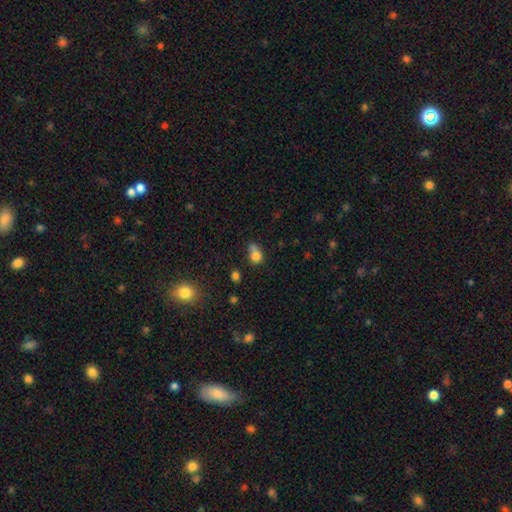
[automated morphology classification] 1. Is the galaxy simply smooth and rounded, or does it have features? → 77% smooth, 12% star or artifact, 11% featured or disk.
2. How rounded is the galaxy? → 51% round, 47% in between, 2% cigar-shaped.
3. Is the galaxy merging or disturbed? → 36% none, 26% minor disturbance, 24% merger, 14% major disturbance.